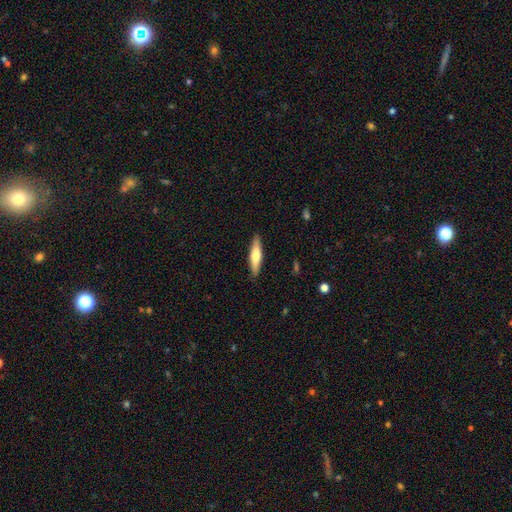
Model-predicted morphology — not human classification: smooth 59%, featured or disk 36%, star or artifact 5%. Down the decision tree: how rounded — cigar-shaped (76%); merging — none (89%).